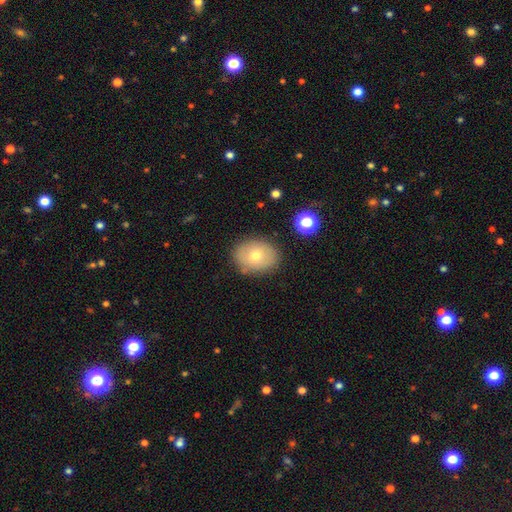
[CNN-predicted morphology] A smooth galaxy with no disk features (68%) that is in between round and cigar-shaped (58%).

Vote fractions:
- Smooth or featured? smooth: 68% / featured or disk: 22% / star or artifact: 10%
- How rounded? in between: 58% / round: 41% / cigar-shaped: 1%
- Merging? none: 84% / minor disturbance: 11% / major disturbance: 3% / merger: 2%